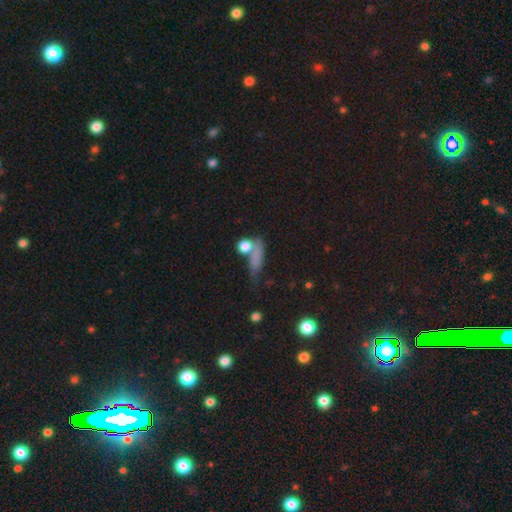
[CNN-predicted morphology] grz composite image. It shows a smooth galaxy with no disk features (70%) that is cigar-shaped (39%). Merging: none (49%).